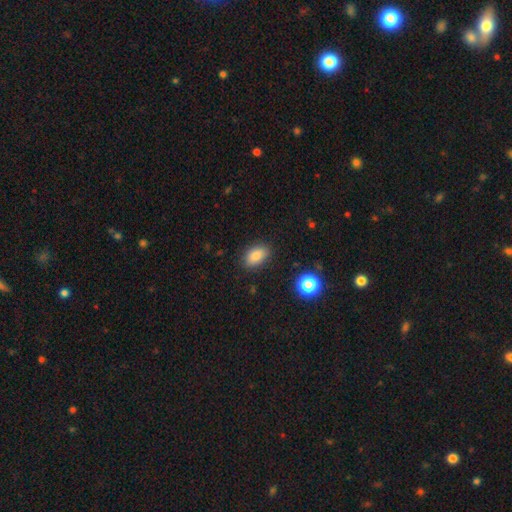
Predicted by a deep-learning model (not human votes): The model was most divided on "merging": none: 85%, minor disturbance: 10%, major disturbance: 3%, merger: 2%. More confident: how rounded — in between (88%); smooth or featured — smooth (85%).